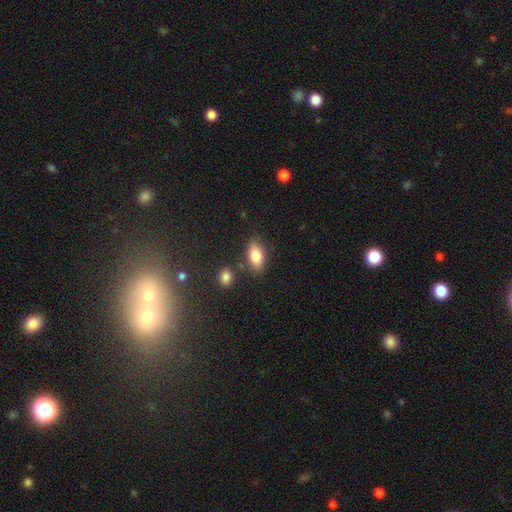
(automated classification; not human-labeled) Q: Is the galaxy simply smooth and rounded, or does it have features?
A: smooth — 81%.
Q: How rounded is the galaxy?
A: in between — 87%.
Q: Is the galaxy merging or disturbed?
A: none — 79%.